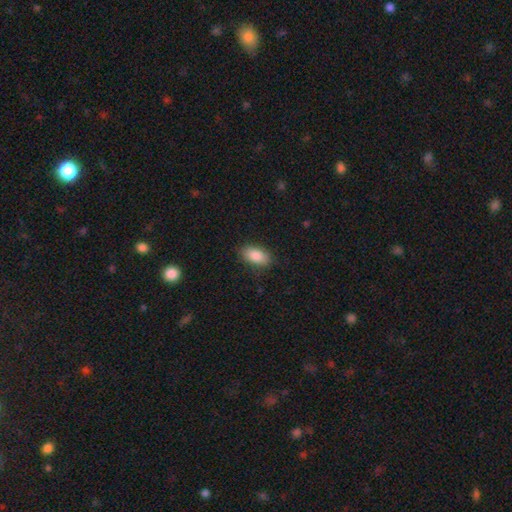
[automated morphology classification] Overall: smooth (86%). How rounded: in between (92%). Merging: none (85%).